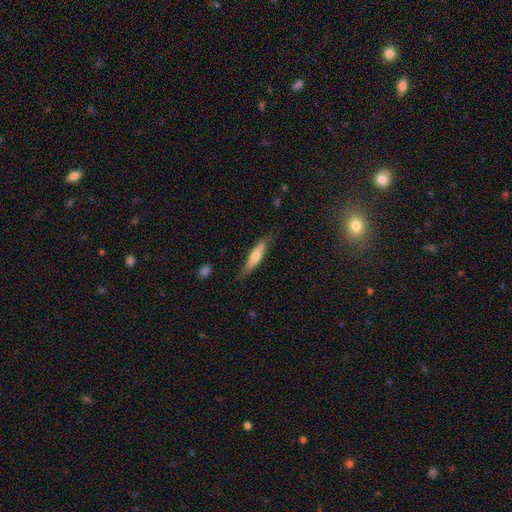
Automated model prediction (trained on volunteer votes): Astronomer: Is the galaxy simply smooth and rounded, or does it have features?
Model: smooth — 57% (runner-up: featured or disk, 37%).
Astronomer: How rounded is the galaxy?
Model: cigar-shaped — 76%.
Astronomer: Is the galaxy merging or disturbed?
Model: none — 75%.